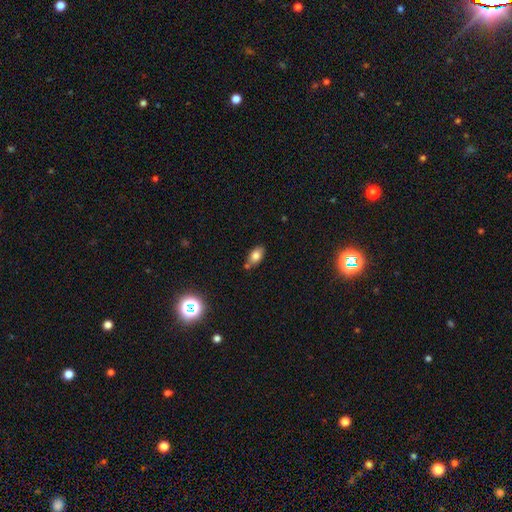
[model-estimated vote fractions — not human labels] Morphology: type=smooth (79%); roundness=in between (89%); merging=none (65%).